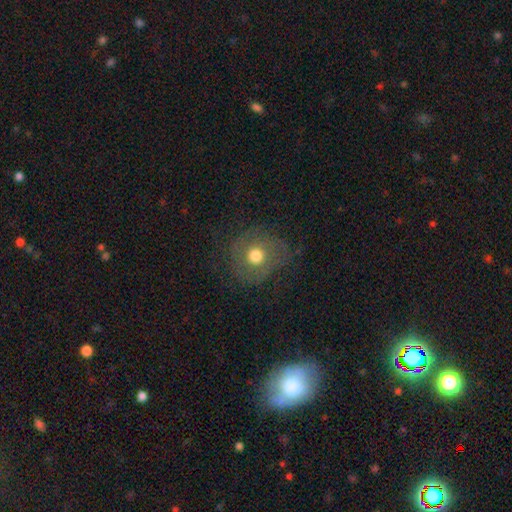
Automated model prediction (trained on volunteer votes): Morphology: type=smooth (53%); roundness=round (86%); merging=none (70%).